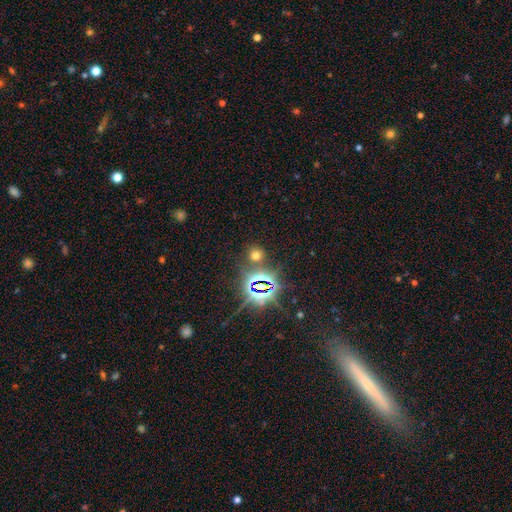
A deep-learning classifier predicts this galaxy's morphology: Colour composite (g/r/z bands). It shows a smooth galaxy with no disk features (52%) that is round (87%). Merging: none (82%).